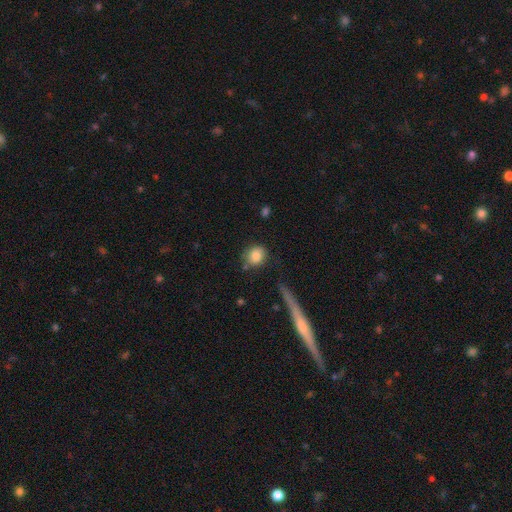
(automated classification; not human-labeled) A smooth galaxy with no disk features (84%) that is round (72%). Merging: none (70%).